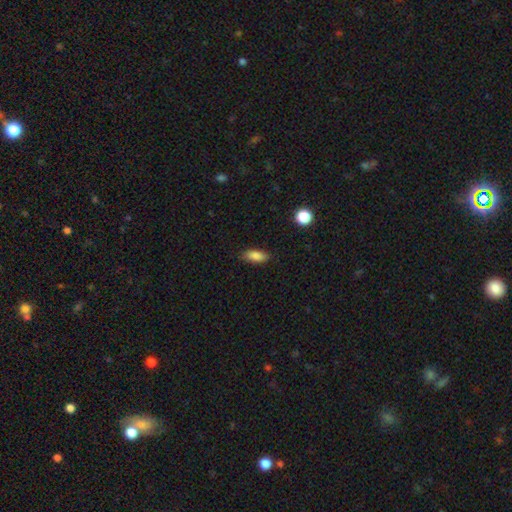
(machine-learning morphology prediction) Overall: smooth (84%). How rounded: in between (80%). Merging: none (85%).